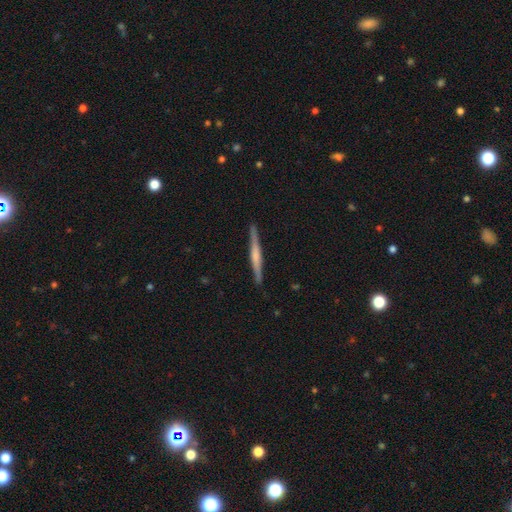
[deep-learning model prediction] This appears to be a featured or disk galaxy (63%) viewed edge-on (98%) with a rounded central bulge (46%). Merging: none (91%).